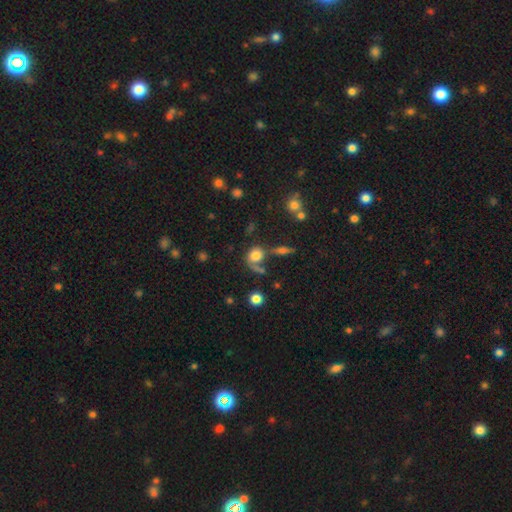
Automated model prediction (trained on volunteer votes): Q: Smooth or featured?
A: smooth (70%); runner-up: featured or disk (18%)
Q: How rounded?
A: round (60%); runner-up: in between (37%)
Q: Merging?
A: none (44%); runner-up: merger (22%)